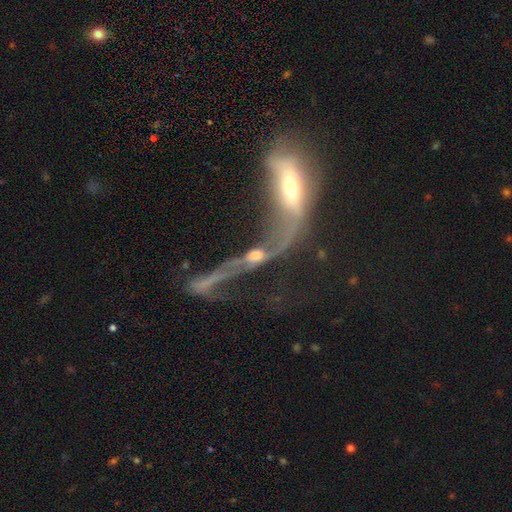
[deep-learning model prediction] A featured or disk galaxy (67%).

Vote fractions:
- Smooth or featured? featured or disk: 67% / smooth: 19% / star or artifact: 13%
- Edge-on disk? no: 64% / yes: 36%
- Merging? merger: 63% / major disturbance: 17% / none: 14% / minor disturbance: 7%